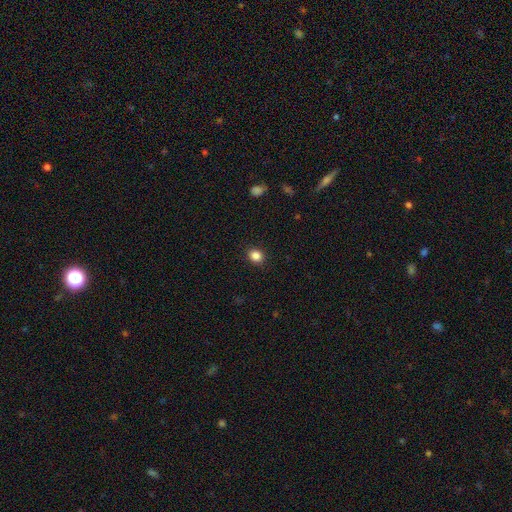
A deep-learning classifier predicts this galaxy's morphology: A smooth galaxy with no disk features (86%) that is round (73%). Merging: none (91%).